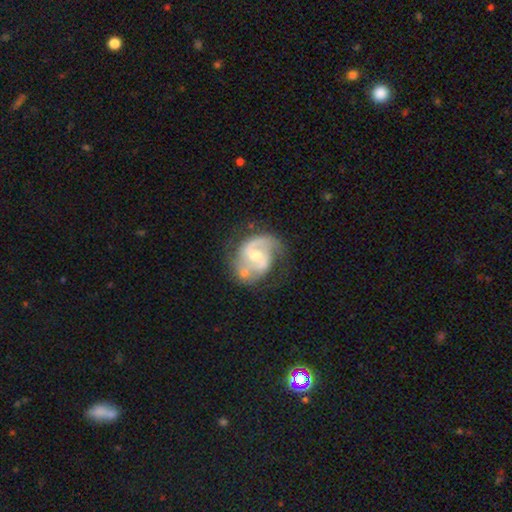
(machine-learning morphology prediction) Smooth or featured?
  - featured or disk: 86% *
  - smooth: 9%
  - star or artifact: 5%
Edge-on disk?
  - no: 98% *
  - yes: 2%
Bar?
  - weak: 45% *
  - no: 42%
  - strong: 13%
Spiral arms?
  - yes: 94% *
  - no: 6%
Spiral winding?
  - medium: 52% *
  - tight: 26%
  - loose: 21%
Spiral arm count?
  - 2: 80% *
  - 1: 8%
  - can't tell: 7%
  - 3: 3%
  - 4: 1%
  - more than 4: 1%
Bulge size?
  - moderate: 65% *
  - small: 29%
  - large: 4%
  - none: 1%
  - dominant: 1%
Merging?
  - none: 56% *
  - minor disturbance: 24%
  - major disturbance: 13%
  - merger: 8%